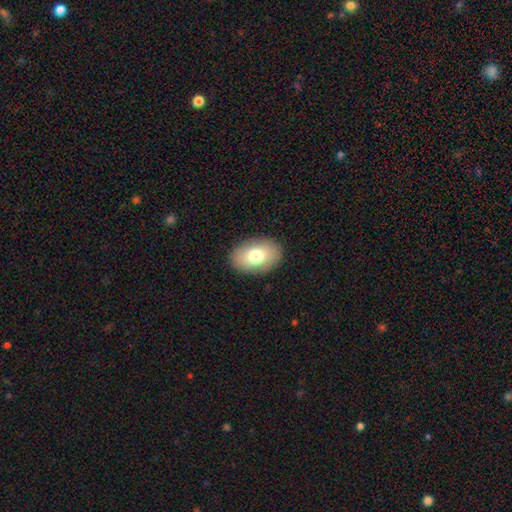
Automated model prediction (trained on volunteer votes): This appears to be a smooth galaxy with no disk features (77%) that is in between round and cigar-shaped (87%). Merging: none (89%).